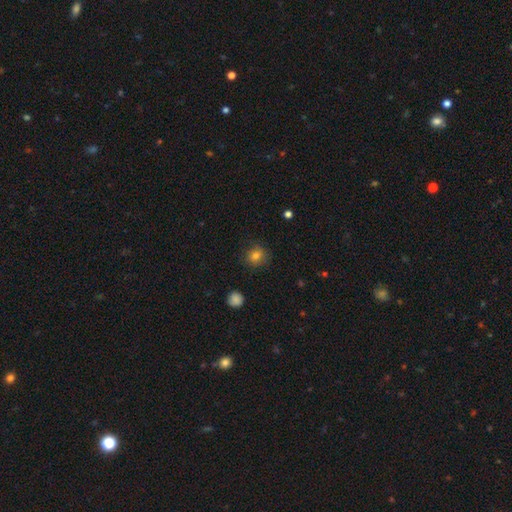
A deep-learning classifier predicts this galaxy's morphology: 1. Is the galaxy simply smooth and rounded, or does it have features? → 81% smooth, 12% star or artifact, 7% featured or disk.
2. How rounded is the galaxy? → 87% round, 12% in between, 1% cigar-shaped.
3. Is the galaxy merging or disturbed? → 86% none, 10% minor disturbance, 3% major disturbance, 1% merger.